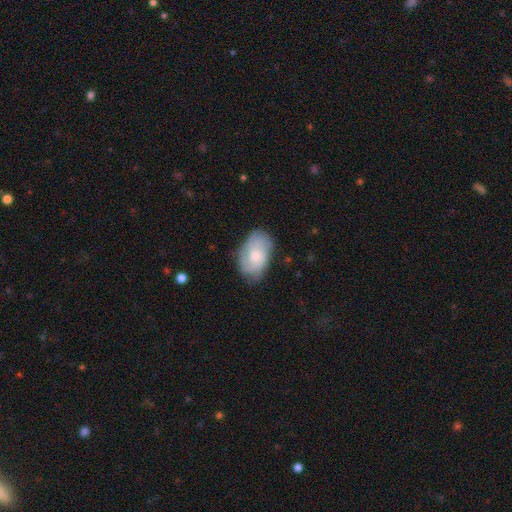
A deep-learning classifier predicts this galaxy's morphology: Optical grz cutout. It shows a featured or disk galaxy (53%) with no bar (78%), spiral arms (83%) and a moderate central bulge (50%). Merging: none (71%).